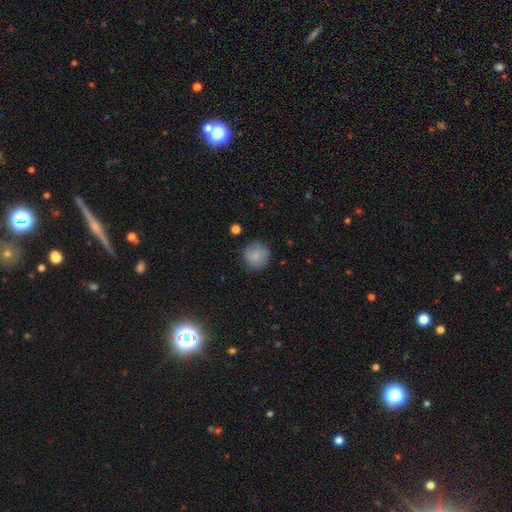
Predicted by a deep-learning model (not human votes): This appears to be a smooth galaxy with no disk features (84%) that is round (93%). Merging: none (81%).